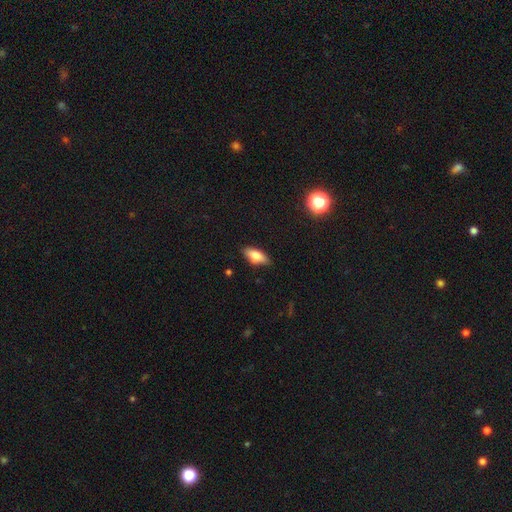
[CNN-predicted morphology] Smooth or featured? Predicted: smooth (p=0.77). How rounded? Predicted: in between (p=0.83). Merging? Predicted: none (p=0.84).